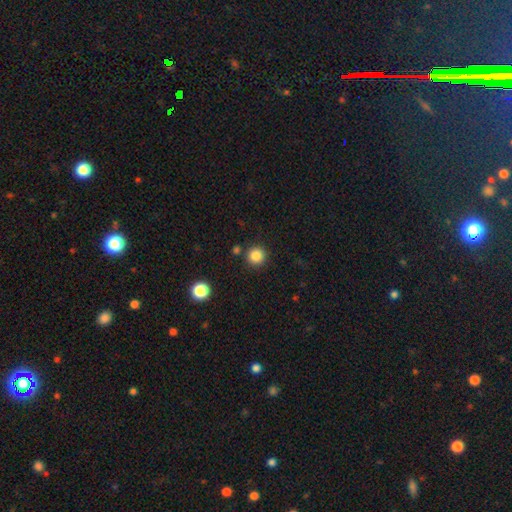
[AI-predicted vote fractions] This appears to be a smooth galaxy with no disk features (86%) that is round (95%). Merging: none (88%).